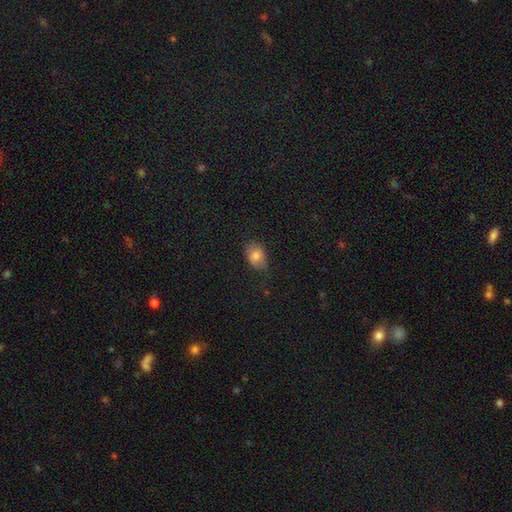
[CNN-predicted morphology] This is clearly a smooth galaxy (80%). How rounded: likely in between (73%). Merging: likely none (66%).